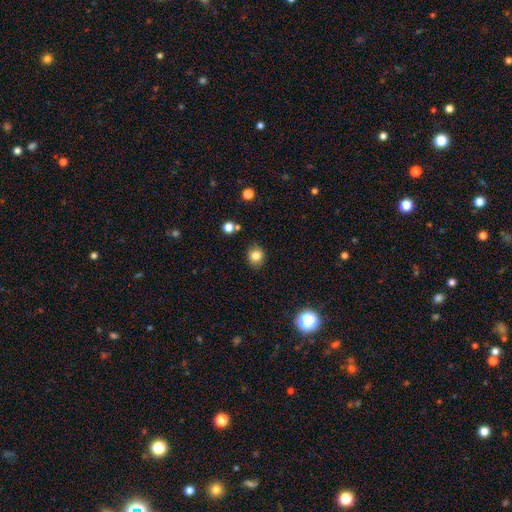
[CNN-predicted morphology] This appears to be a smooth galaxy with no disk features (82%) that is round (75%). Merging: none (85%).